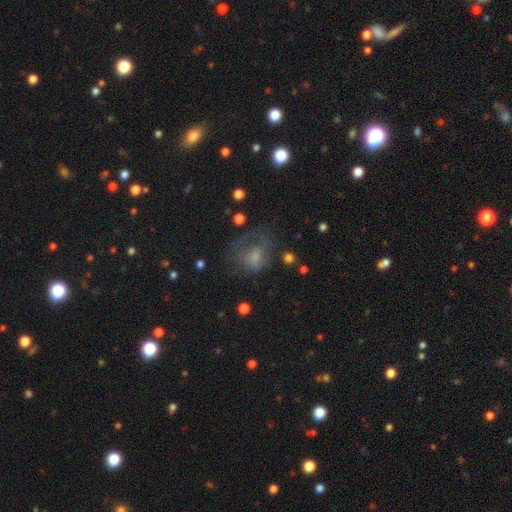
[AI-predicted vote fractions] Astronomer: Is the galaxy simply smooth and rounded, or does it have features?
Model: smooth — 47% (runner-up: featured or disk, 31%).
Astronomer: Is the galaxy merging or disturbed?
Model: none — 42% (runner-up: major disturbance, 33%).